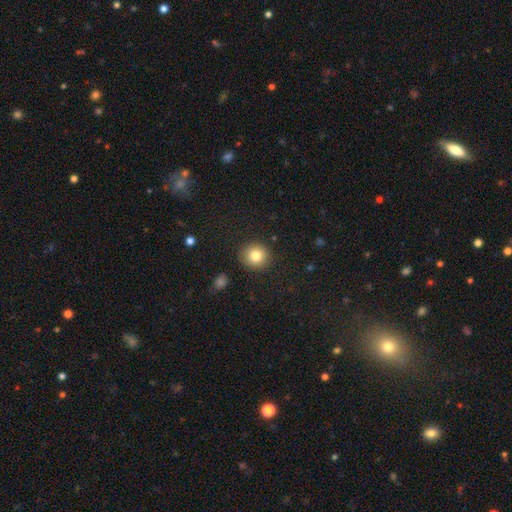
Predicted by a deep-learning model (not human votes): Smooth or featured? smooth (81%)
How rounded? round (88%)
Merging? none (90%)